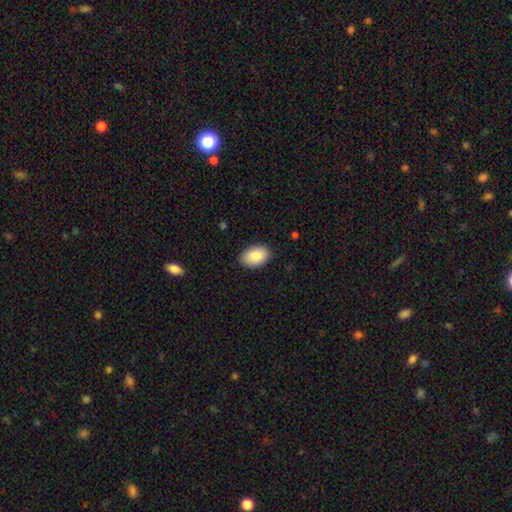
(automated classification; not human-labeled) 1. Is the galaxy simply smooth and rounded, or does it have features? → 87% smooth, 7% featured or disk, 6% star or artifact.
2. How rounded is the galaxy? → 91% in between, 8% round, 1% cigar-shaped.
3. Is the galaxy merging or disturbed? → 87% none, 10% minor disturbance, 2% major disturbance, 1% merger.